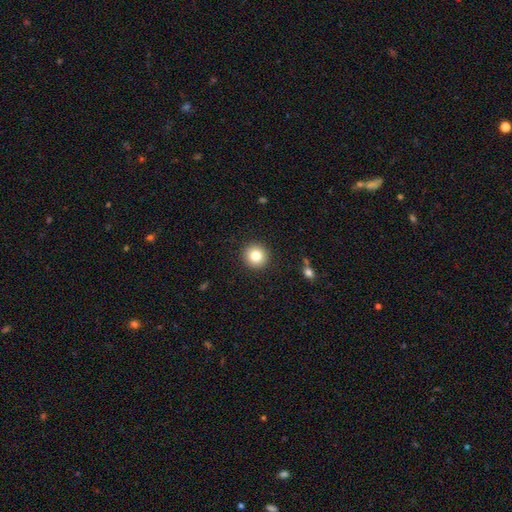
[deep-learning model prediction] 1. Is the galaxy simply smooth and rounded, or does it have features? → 82% smooth, 10% star or artifact, 8% featured or disk.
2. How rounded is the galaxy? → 94% round, 5% in between, 1% cigar-shaped.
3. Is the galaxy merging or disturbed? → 92% none, 5% minor disturbance, 2% major disturbance, 1% merger.